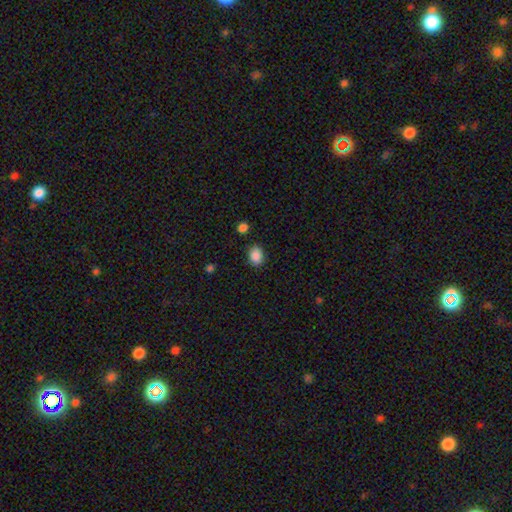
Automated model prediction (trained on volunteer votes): smooth-or-featured: smooth: 88% | star or artifact: 9% | featured or disk: 3%
  how-rounded: in between: 58% | round: 41% | cigar-shaped: 1%
  merging: none: 84% | minor disturbance: 11% | major disturbance: 3% | merger: 3%